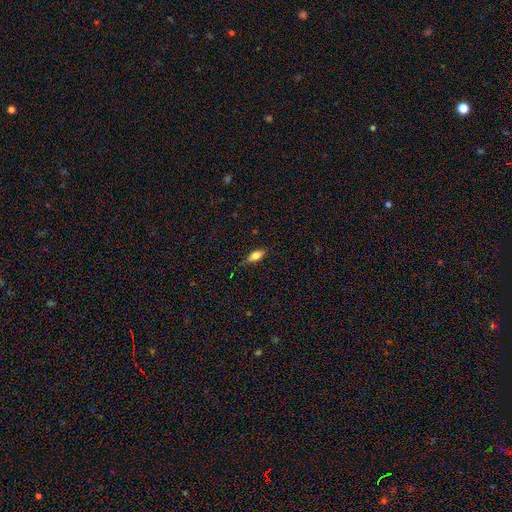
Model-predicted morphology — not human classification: The model was most divided on "smooth or featured": smooth: 70%, featured or disk: 21%, star or artifact: 8%. More confident: how rounded — in between (77%); merging — none (73%).